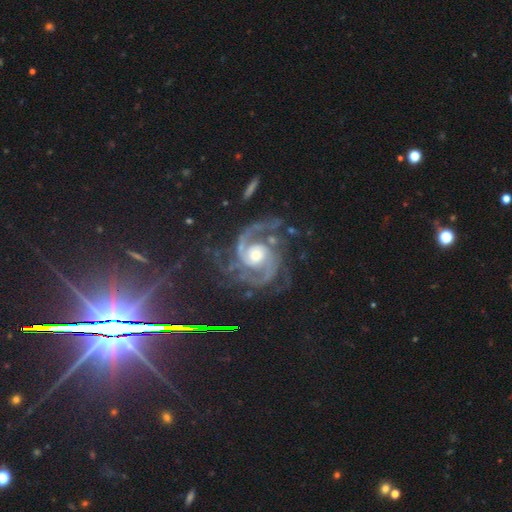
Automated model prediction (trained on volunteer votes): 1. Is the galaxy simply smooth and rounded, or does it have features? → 91% featured or disk, 6% star or artifact, 3% smooth.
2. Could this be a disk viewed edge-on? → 98% no, 2% yes.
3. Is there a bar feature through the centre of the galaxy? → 66% no, 25% weak, 9% strong.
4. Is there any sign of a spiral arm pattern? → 99% yes, 1% no.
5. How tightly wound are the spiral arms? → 52% medium, 39% tight, 10% loose.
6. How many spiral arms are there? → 59% 2, 17% 3, 8% can't tell, 6% 4, 6% 1, 5% more than 4.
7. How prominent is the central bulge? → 62% moderate, 20% large, 14% small, 2% none, 2% dominant.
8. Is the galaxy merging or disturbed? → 64% none, 18% minor disturbance, 15% major disturbance, 3% merger.